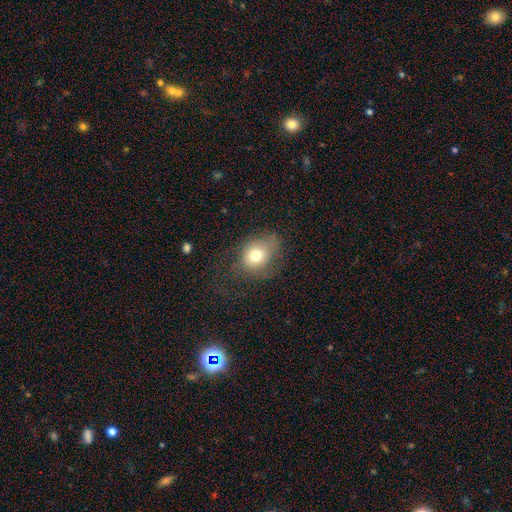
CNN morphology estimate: smooth 72%, featured or disk 17%, star or artifact 12%. Down the decision tree: how rounded — in between (54%); merging — none (49%).